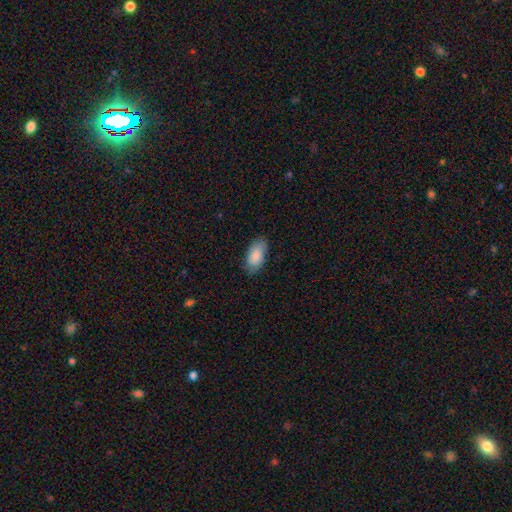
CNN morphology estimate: A smooth galaxy with no disk features (86%) that is in between round and cigar-shaped (94%).

Vote fractions:
- Smooth or featured? smooth: 86% / featured or disk: 9% / star or artifact: 6%
- How rounded? in between: 94% / cigar-shaped: 4% / round: 3%
- Merging? none: 80% / minor disturbance: 16% / major disturbance: 3% / merger: 1%